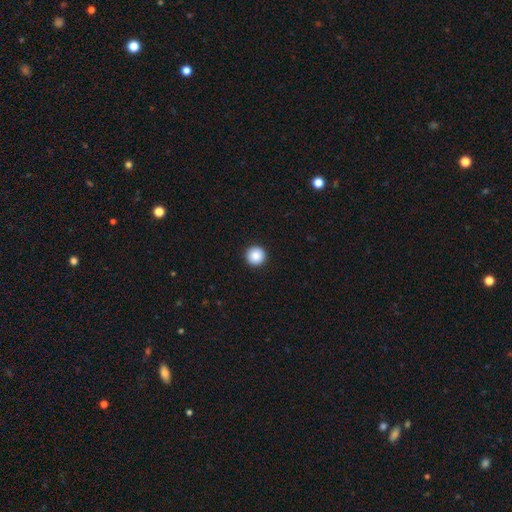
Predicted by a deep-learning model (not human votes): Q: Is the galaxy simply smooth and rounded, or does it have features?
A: smooth — 88%.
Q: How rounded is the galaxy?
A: round — 97%.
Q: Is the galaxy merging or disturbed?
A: none — 94%.